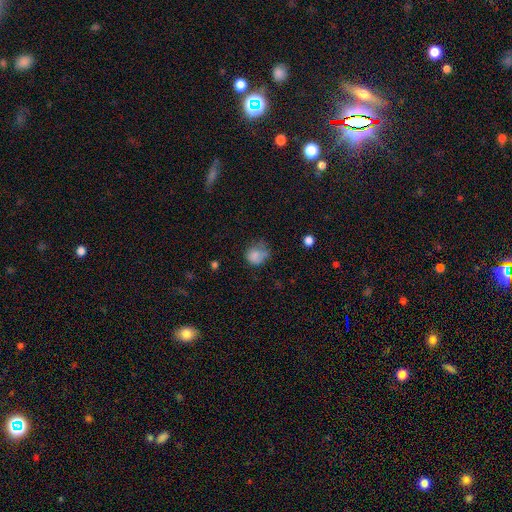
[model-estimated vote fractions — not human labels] Smooth or featured? smooth (76%)
How rounded? round (67%)
Merging? none (40%)